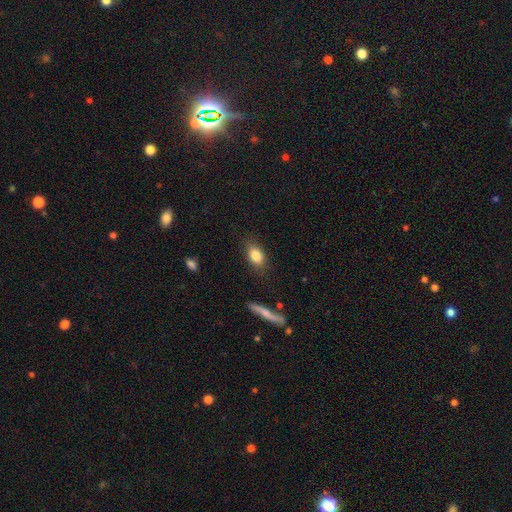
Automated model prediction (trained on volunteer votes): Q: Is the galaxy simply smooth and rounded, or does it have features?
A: smooth — 83%.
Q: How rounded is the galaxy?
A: in between — 81%.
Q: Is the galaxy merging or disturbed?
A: none — 82%.